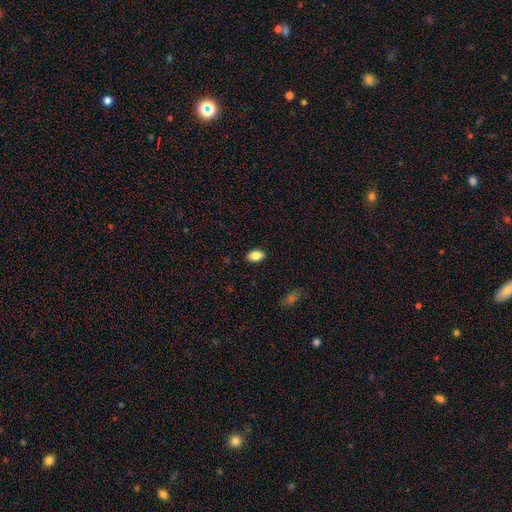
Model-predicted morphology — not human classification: Smooth or featured?
  - smooth: 85% *
  - star or artifact: 8%
  - featured or disk: 7%
How rounded?
  - in between: 90% *
  - round: 7%
  - cigar-shaped: 2%
Merging?
  - none: 89% *
  - minor disturbance: 8%
  - major disturbance: 2%
  - merger: 1%